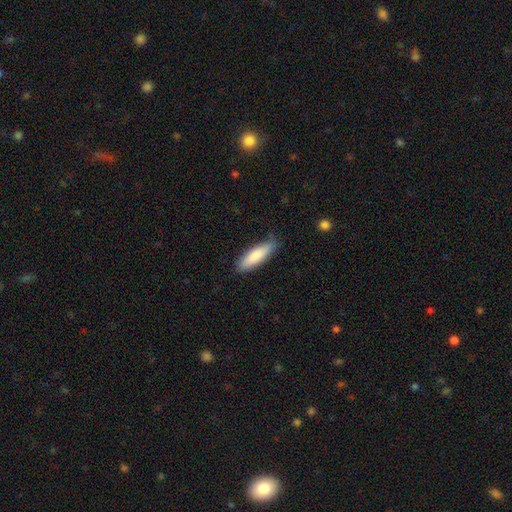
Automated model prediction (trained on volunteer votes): Overall: smooth (82%). How rounded: cigar-shaped (57%; in between 41%). Merging: none (81%).